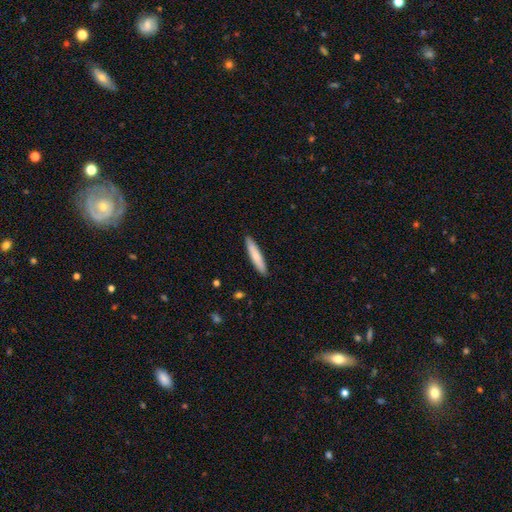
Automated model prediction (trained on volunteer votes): Smooth or featured?
  - smooth: 79% *
  - featured or disk: 16%
  - star or artifact: 5%
How rounded?
  - cigar-shaped: 90% *
  - in between: 9%
  - round: 1%
Merging?
  - none: 91% *
  - minor disturbance: 7%
  - major disturbance: 1%
  - merger: 1%